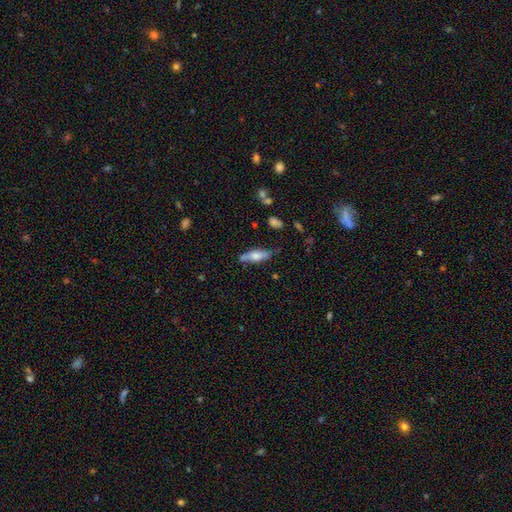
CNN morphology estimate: The model was most divided on "how rounded": in between: 52%, cigar-shaped: 46%, round: 2%. More confident: merging — none (71%); smooth or featured — smooth (62%).